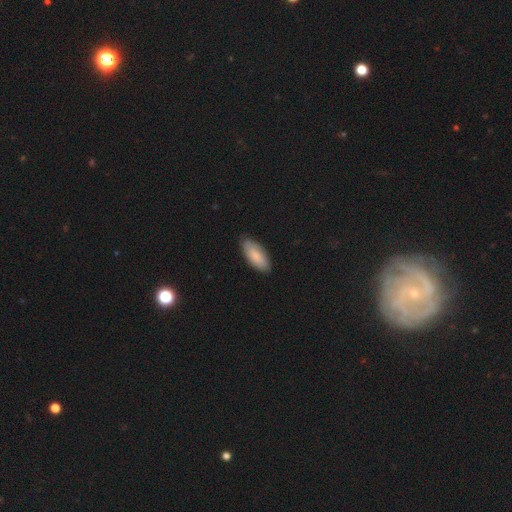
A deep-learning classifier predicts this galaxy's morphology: This appears to be a smooth galaxy with no disk features (81%) that is in between round and cigar-shaped (87%). Merging: none (83%).